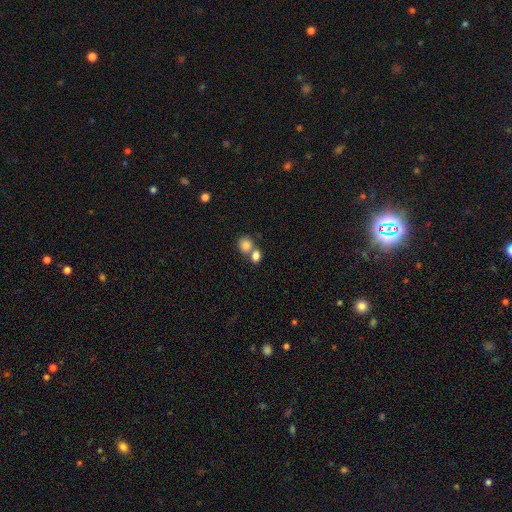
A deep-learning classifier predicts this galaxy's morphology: Overall: smooth (82%). How rounded: round (66%; in between 33%). Merging: merger (49%; none 40%).